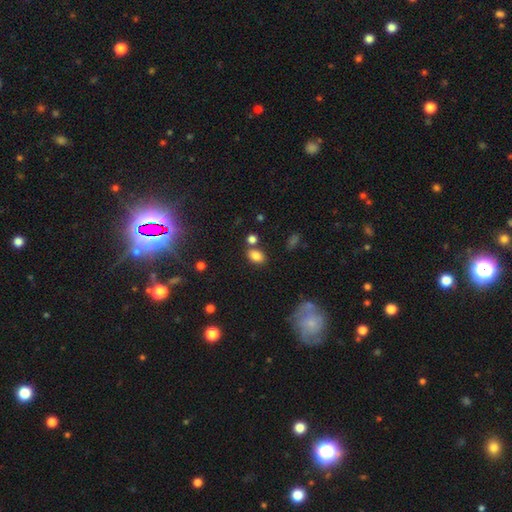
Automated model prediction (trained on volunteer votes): A smooth galaxy with no disk features (83%) that is in between round and cigar-shaped (83%).

Vote fractions:
- Smooth or featured? smooth: 83% / star or artifact: 11% / featured or disk: 6%
- How rounded? in between: 83% / round: 15% / cigar-shaped: 2%
- Merging? none: 71% / merger: 13% / minor disturbance: 12% / major disturbance: 4%